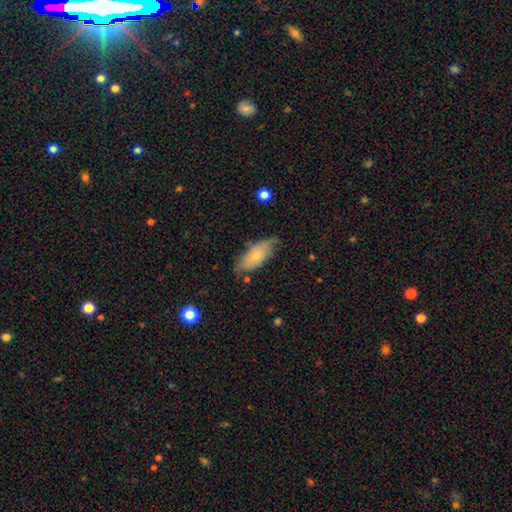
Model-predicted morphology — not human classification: Smooth or featured: smooth — 56% (featured or disk — 37%)
How rounded: in between — 79% (cigar-shaped — 18%)
Merging: none — 69% (minor disturbance — 25%)